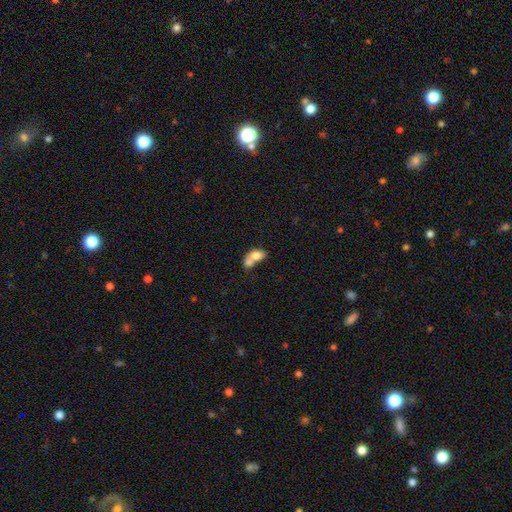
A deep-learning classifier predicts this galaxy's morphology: Q: Smooth or featured?
A: smooth (73%); runner-up: featured or disk (19%)
Q: How rounded?
A: in between (77%); runner-up: round (21%)
Q: Merging?
A: merger (74%); runner-up: none (15%)